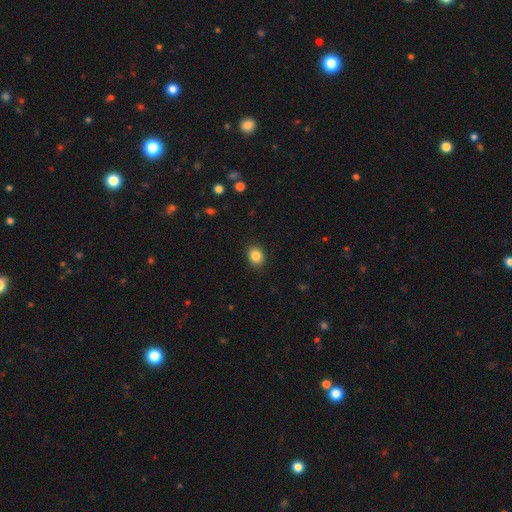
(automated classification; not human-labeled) smooth_or_featured: smooth (p=0.85) [alt: star or artifact p=0.10]
how_rounded: round (p=0.62) [alt: in between p=0.37]
merging: none (p=0.90) [alt: minor disturbance p=0.07]